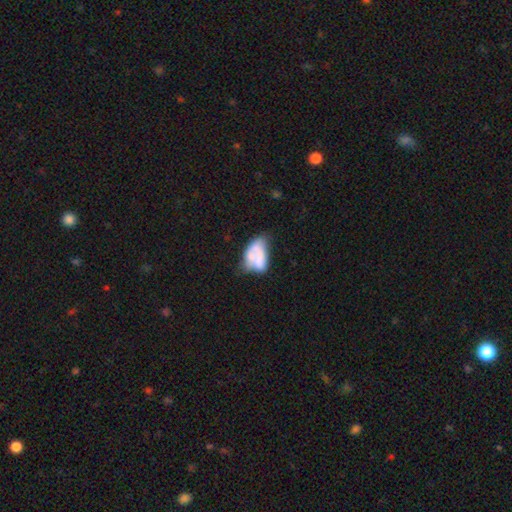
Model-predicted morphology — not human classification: This is possibly a smooth galaxy (54%). How rounded: clearly in between (91%). Merging: marginally minor disturbance (28%).